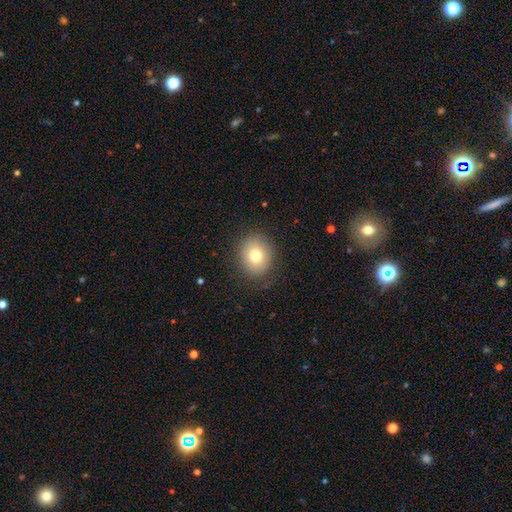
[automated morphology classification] Smooth or featured? smooth (75%)
How rounded? round (72%)
Merging? none (84%)